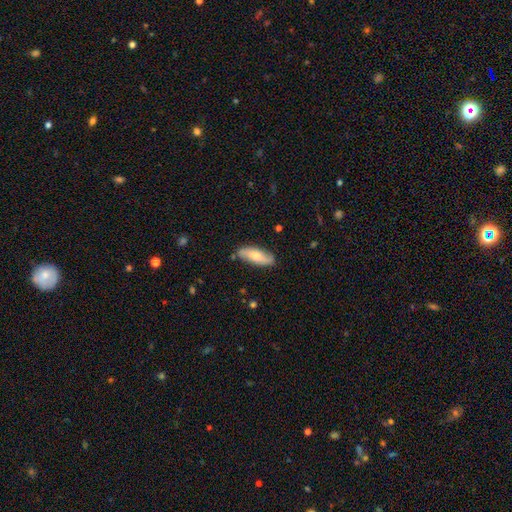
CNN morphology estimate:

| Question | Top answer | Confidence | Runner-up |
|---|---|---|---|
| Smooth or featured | smooth | 55% | featured or disk (39%) |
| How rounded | in between | 67% | cigar-shaped (31%) |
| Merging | none | 81% | minor disturbance (15%) |